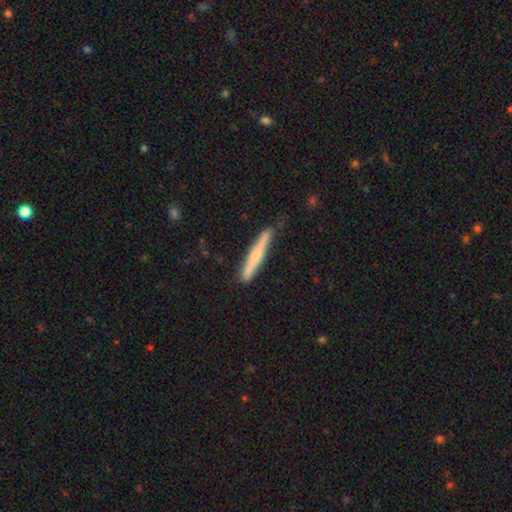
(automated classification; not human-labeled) This is possibly a featured or disk galaxy (47%). Merging: likely none (75%).